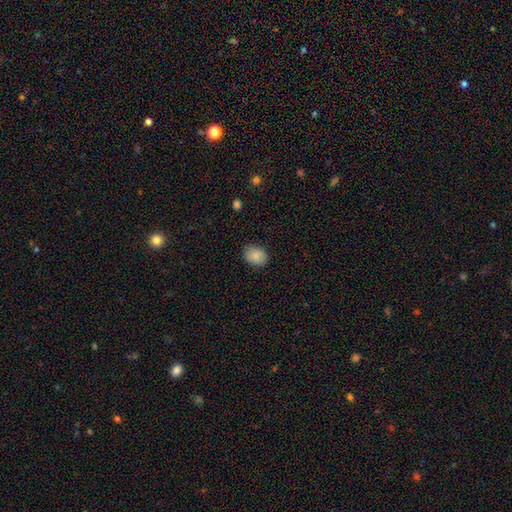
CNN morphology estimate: smooth_or_featured: smooth (p=0.85) [alt: star or artifact p=0.08]
how_rounded: in between (p=0.60) [alt: round p=0.39]
merging: none (p=0.83) [alt: minor disturbance p=0.13]